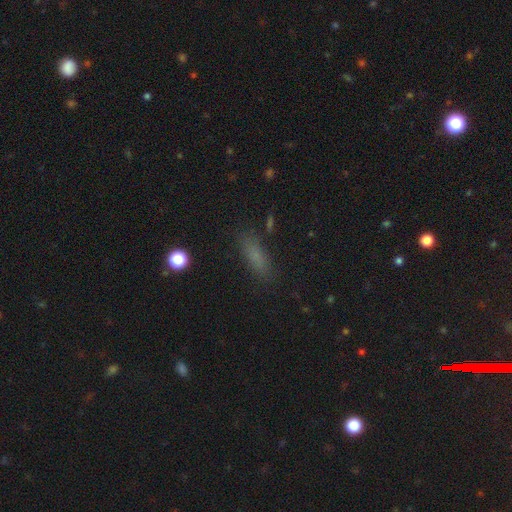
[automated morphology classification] A smooth galaxy with no disk features (72%) that is in between round and cigar-shaped (49%).

Vote fractions:
- Smooth or featured? smooth: 72% / star or artifact: 17% / featured or disk: 11%
- How rounded? in between: 49% / cigar-shaped: 46% / round: 4%
- Merging? none: 82% / minor disturbance: 12% / major disturbance: 4% / merger: 2%